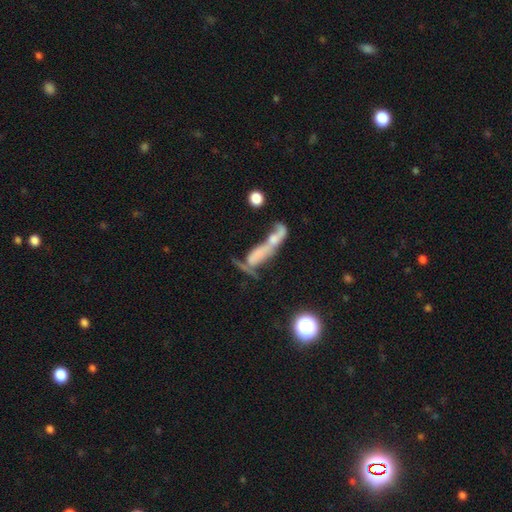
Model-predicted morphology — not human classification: Overall: smooth (50%; featured or disk 38%). Merging: merger (67%).